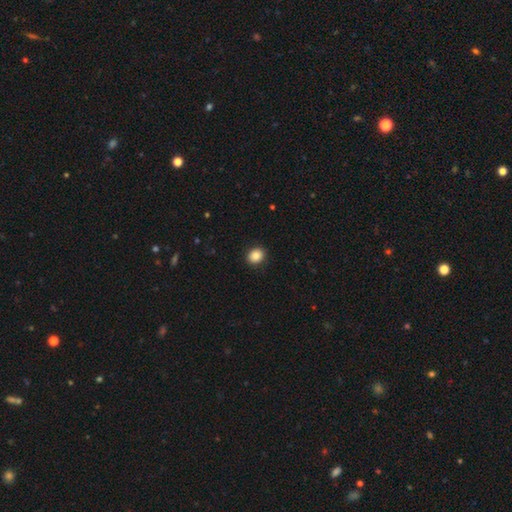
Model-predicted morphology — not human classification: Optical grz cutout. It shows a smooth galaxy with no disk features (85%) that is round (64%). Merging: none (90%).